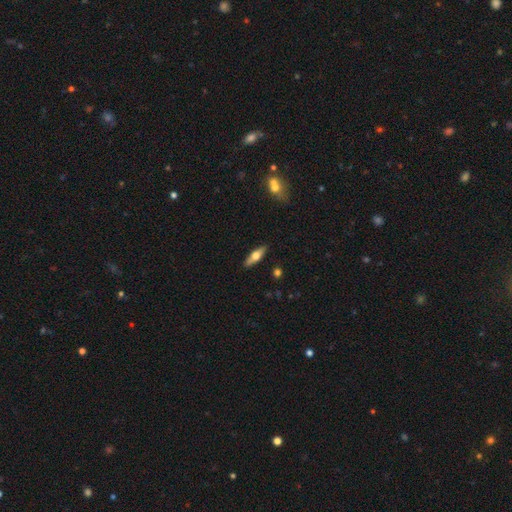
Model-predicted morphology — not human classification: A featured or disk galaxy (50%) viewed edge-on (90%).

Vote fractions:
- Smooth or featured? featured or disk: 50% / smooth: 44% / star or artifact: 6%
- Edge-on disk? yes: 90% / no: 10%
- Merging? none: 88% / minor disturbance: 8% / major disturbance: 2% / merger: 2%